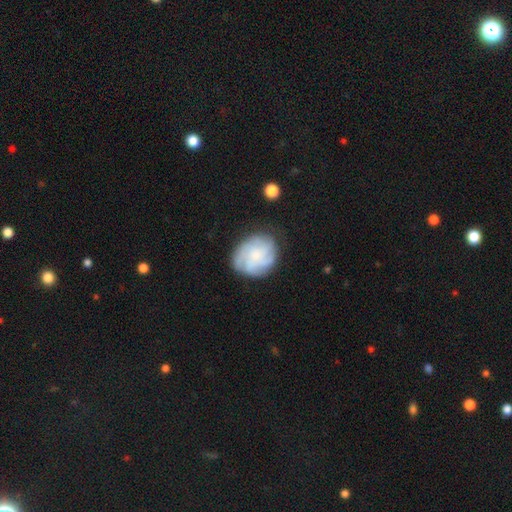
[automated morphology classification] The model was most divided on "spiral arm count": 4: 30%, can't tell: 29%, more than 4: 14%, 3: 14%, 2: 7%, 1: 6%. Remaining: edge-on disk — no (98%); spiral arms — yes (90%); bar — no (78%); merging — none (75%); smooth or featured — featured or disk (59%); bulge size — small (54%); spiral winding — tight (48%).